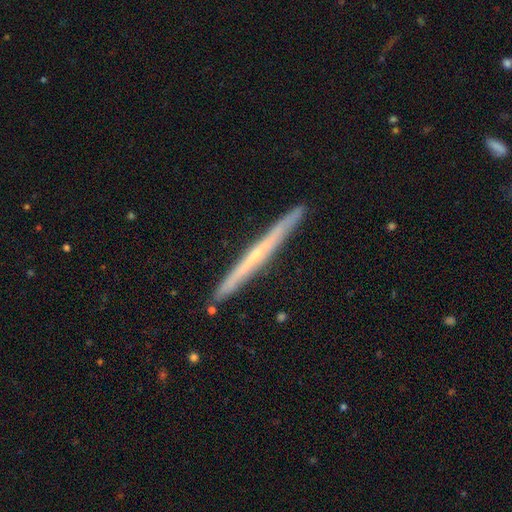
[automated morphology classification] The model was most divided on "edge-on bulge": none: 61%, rounded: 35%, boxy: 4%. More confident: edge-on disk — yes (97%); merging — none (92%); smooth or featured — featured or disk (67%).